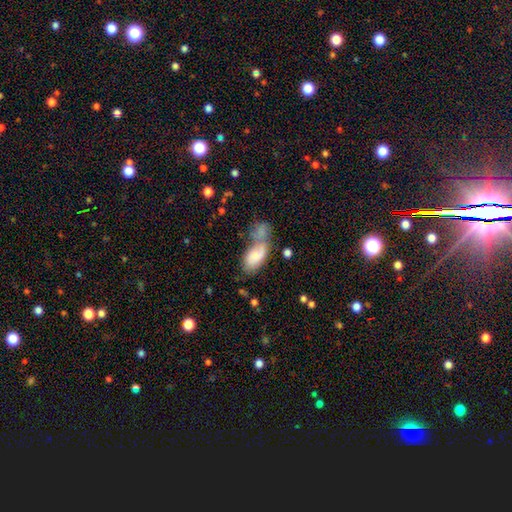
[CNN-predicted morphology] smooth 70%, featured or disk 23%, star or artifact 7%. Down the decision tree: how rounded — in between (90%); merging — merger (46%).